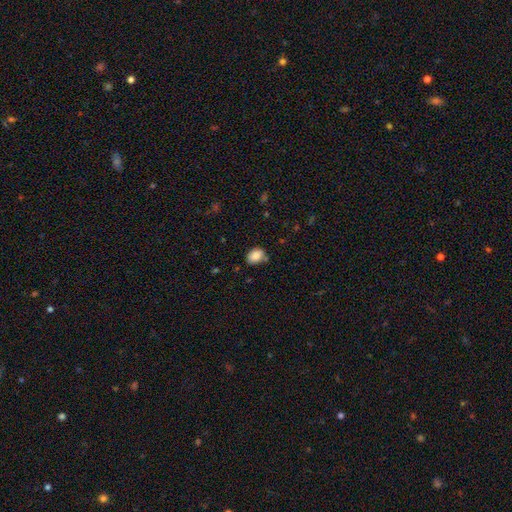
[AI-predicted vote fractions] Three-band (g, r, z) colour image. It shows a smooth galaxy with no disk features (86%) that is in between round and cigar-shaped (75%). Merging: none (70%).